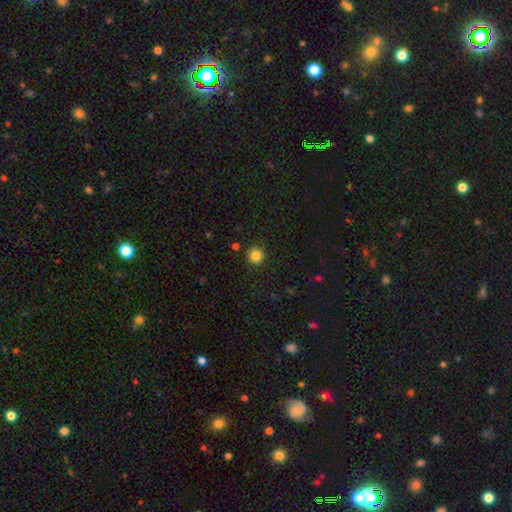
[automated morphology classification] Overall: smooth (85%). How rounded: round (92%). Merging: none (90%).